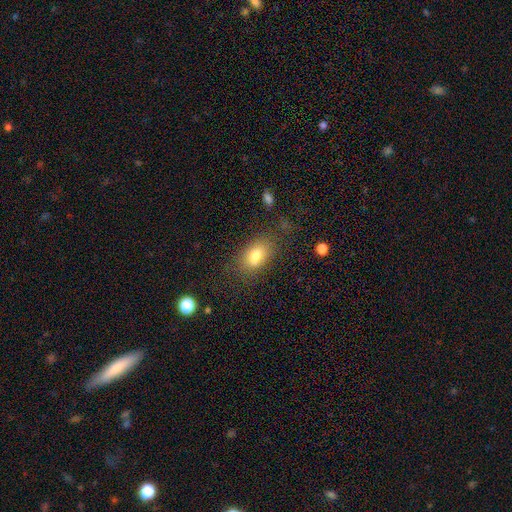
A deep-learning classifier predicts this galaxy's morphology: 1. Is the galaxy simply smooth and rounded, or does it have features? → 78% smooth, 13% featured or disk, 9% star or artifact.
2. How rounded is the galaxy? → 87% in between, 10% round, 3% cigar-shaped.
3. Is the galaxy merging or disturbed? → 68% none, 18% minor disturbance, 9% major disturbance, 4% merger.